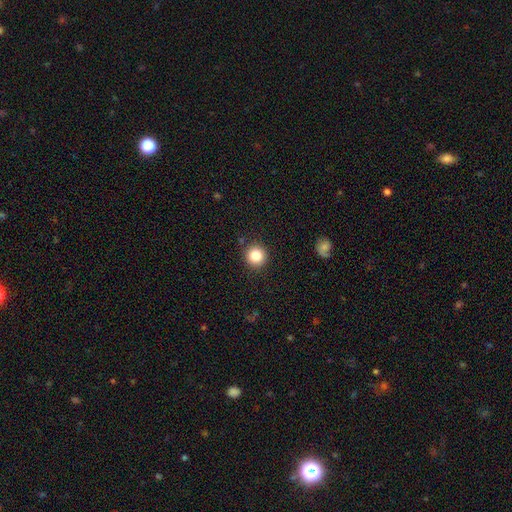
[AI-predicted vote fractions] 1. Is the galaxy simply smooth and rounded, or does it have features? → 85% smooth, 11% star or artifact, 5% featured or disk.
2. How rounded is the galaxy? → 94% round, 5% in between, 1% cigar-shaped.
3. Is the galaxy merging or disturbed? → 90% none, 6% minor disturbance, 2% major disturbance, 2% merger.